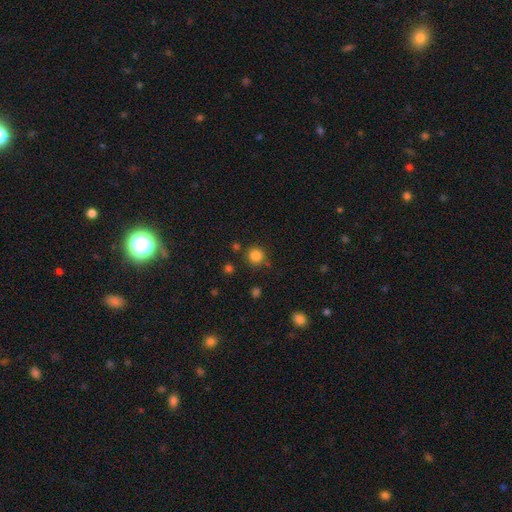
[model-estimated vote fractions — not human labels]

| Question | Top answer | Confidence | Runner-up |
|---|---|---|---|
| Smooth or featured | smooth | 83% | star or artifact (12%) |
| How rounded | round | 92% | in between (7%) |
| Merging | none | 81% | minor disturbance (10%) |